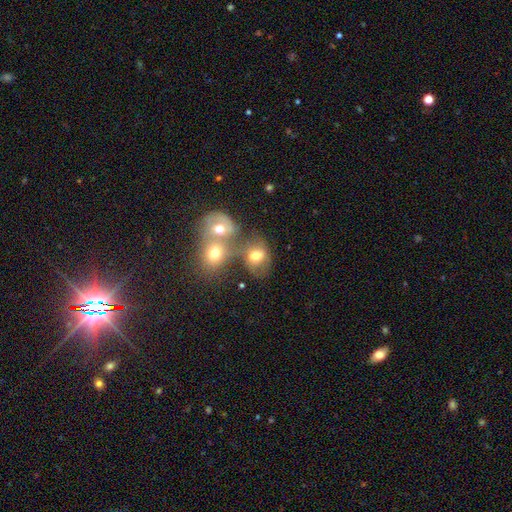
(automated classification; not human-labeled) smooth-or-featured: smooth: 64% | featured or disk: 23% | star or artifact: 13%
  how-rounded: round: 57% | in between: 41% | cigar-shaped: 1%
  merging: merger: 47% | none: 34% | minor disturbance: 12% | major disturbance: 8%